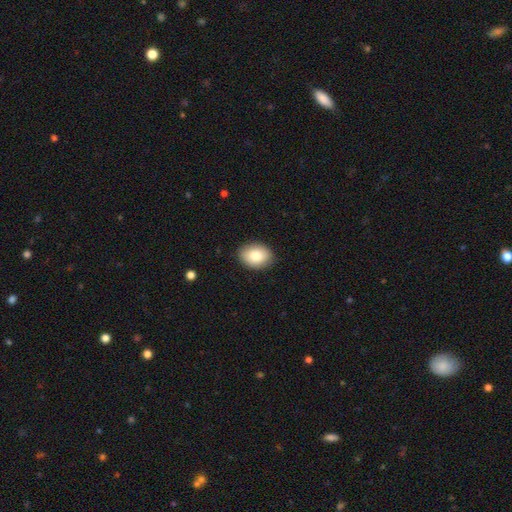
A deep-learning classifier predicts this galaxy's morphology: Overall: smooth (84%). How rounded: in between (73%). Merging: none (88%).